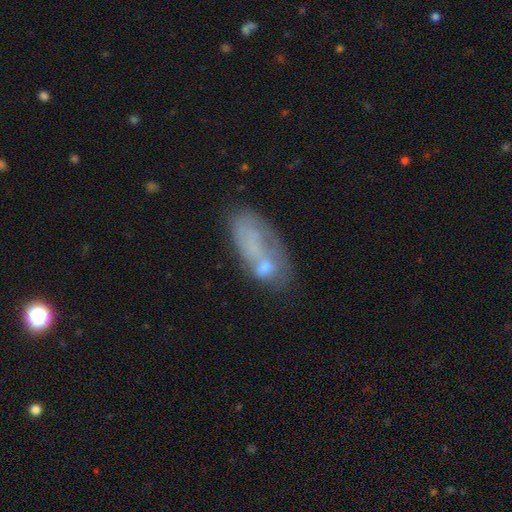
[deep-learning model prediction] smooth_or_featured: smooth (p=0.50) [alt: featured or disk p=0.38]
merging: none (p=0.46) [alt: minor disturbance p=0.22]